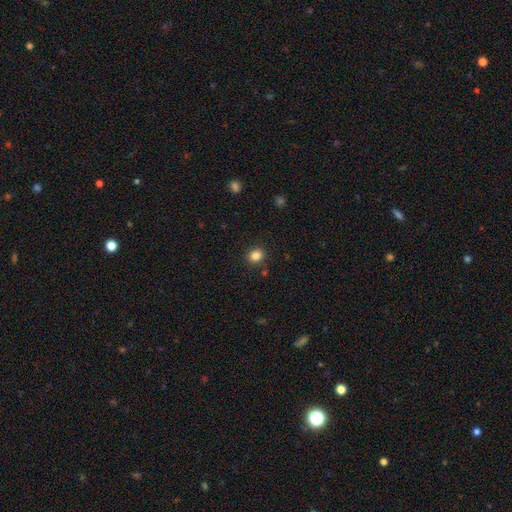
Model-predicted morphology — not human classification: Q: Smooth or featured?
A: smooth (84%); runner-up: star or artifact (12%)
Q: How rounded?
A: round (74%); runner-up: in between (26%)
Q: Merging?
A: none (88%); runner-up: minor disturbance (7%)